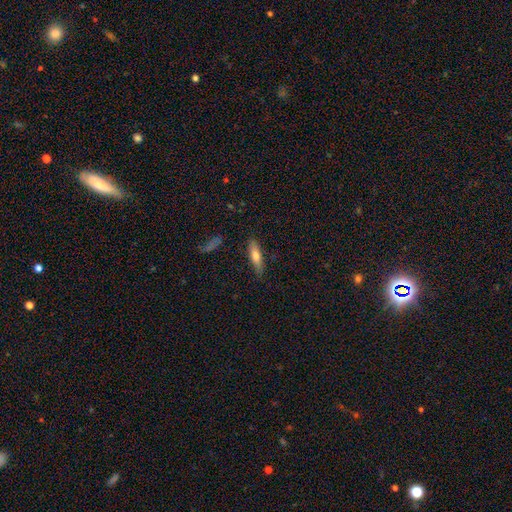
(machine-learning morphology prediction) Overall: smooth (63%; featured or disk 30%). How rounded: cigar-shaped (68%; in between 30%). Merging: none (83%).